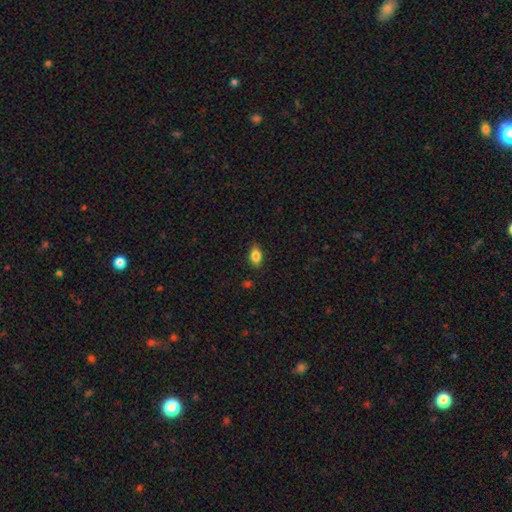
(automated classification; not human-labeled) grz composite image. It shows a smooth galaxy with no disk features (83%) that is in between round and cigar-shaped (88%). Merging: none (85%).